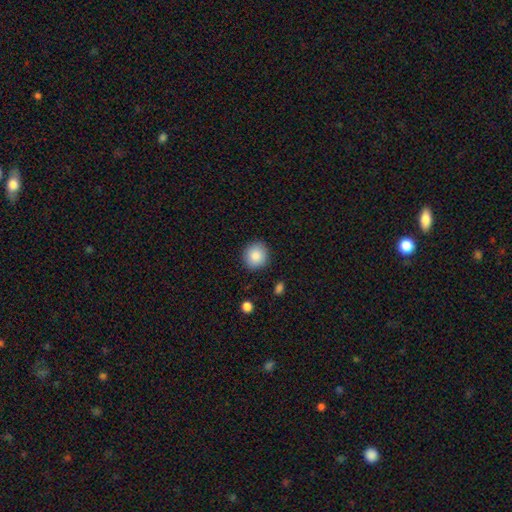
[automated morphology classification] A smooth galaxy with no disk features (87%) that is round (85%). Merging: none (88%).